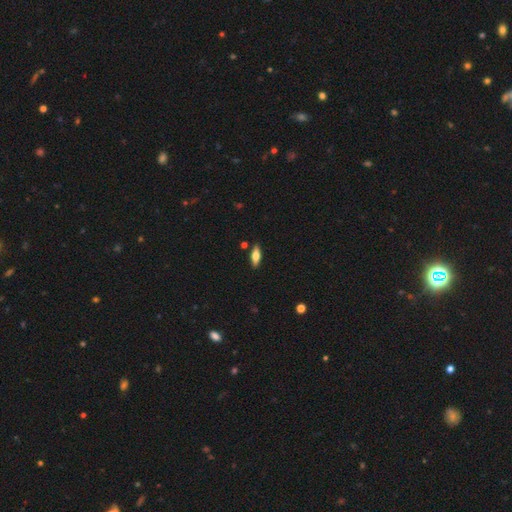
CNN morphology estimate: type=smooth (62%); roundness=in between (60%); merging=none (87%).